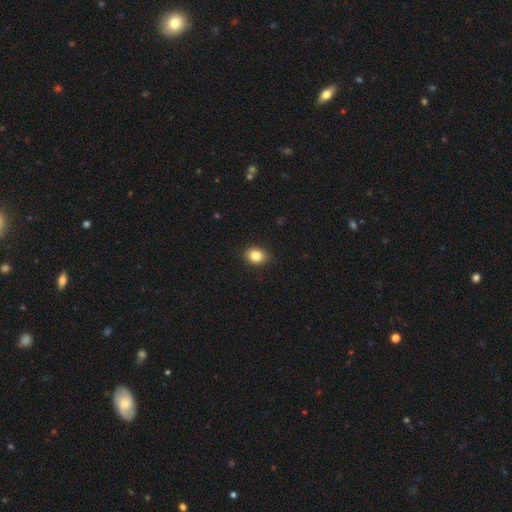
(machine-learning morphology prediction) Q: Smooth or featured?
A: smooth (83%); runner-up: star or artifact (10%)
Q: How rounded?
A: in between (58%); runner-up: round (41%)
Q: Merging?
A: none (89%); runner-up: minor disturbance (8%)